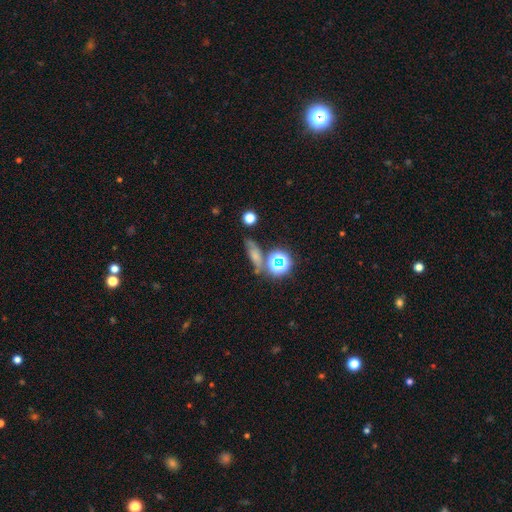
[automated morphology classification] type=smooth (53%); roundness=in between (45%); merging=none (56%).